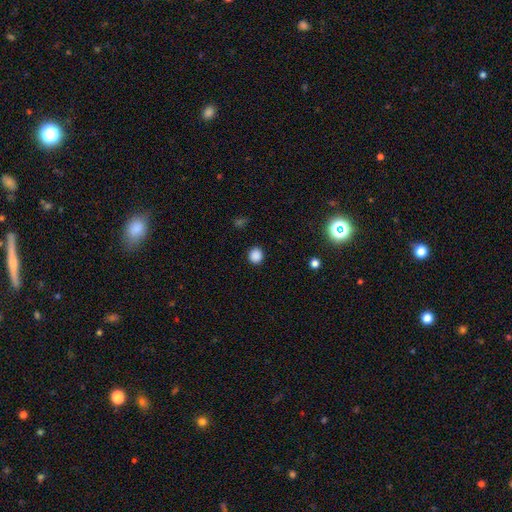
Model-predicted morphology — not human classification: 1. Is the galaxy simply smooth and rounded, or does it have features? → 87% smooth, 11% star or artifact, 3% featured or disk.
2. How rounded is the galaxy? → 85% round, 14% in between, 1% cigar-shaped.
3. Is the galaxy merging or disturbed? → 91% none, 6% minor disturbance, 2% major disturbance, 1% merger.